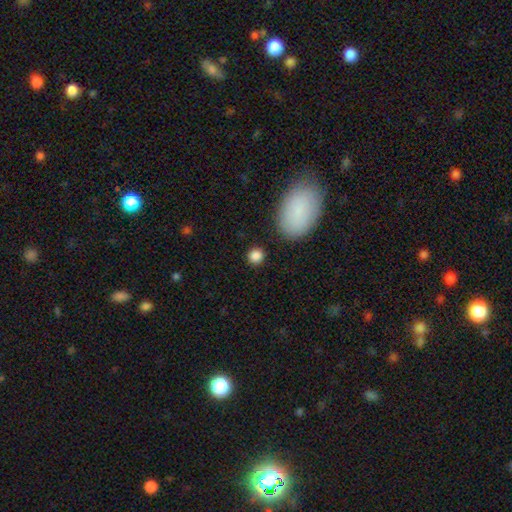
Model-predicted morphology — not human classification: Smooth or featured? Predicted: smooth (p=0.85). How rounded? Predicted: round (p=0.91). Merging? Predicted: none (p=0.88).